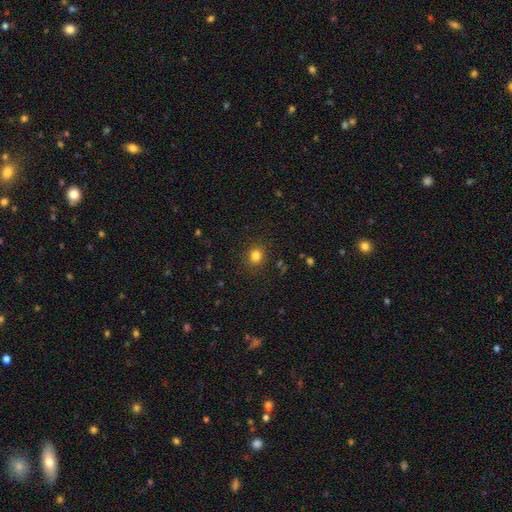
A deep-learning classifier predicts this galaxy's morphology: smooth-or-featured: smooth: 82% | star or artifact: 13% | featured or disk: 5%
  how-rounded: round: 80% | in between: 19% | cigar-shaped: 1%
  merging: none: 88% | minor disturbance: 8% | major disturbance: 3% | merger: 1%